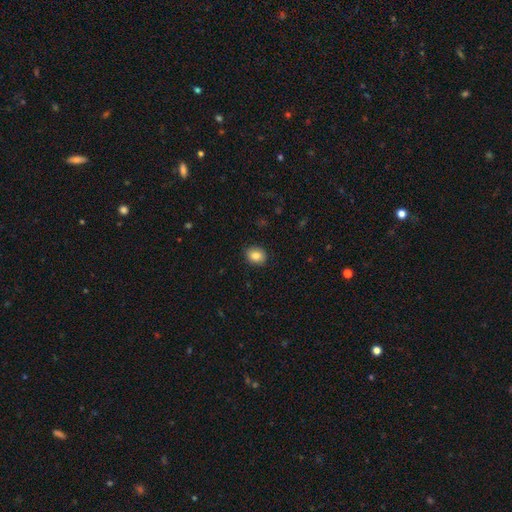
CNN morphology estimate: Smooth or featured? Predicted: smooth (p=0.84). How rounded? Predicted: round (p=0.55). Merging? Predicted: none (p=0.87).